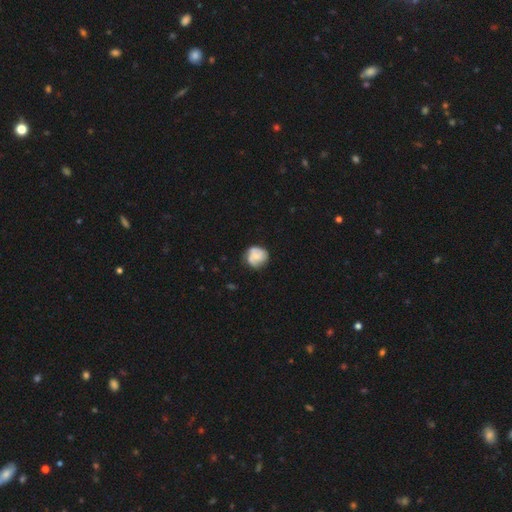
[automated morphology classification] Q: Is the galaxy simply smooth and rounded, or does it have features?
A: smooth — 53%.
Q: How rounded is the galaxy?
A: round — 82%.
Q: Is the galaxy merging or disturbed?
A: none — 63%.